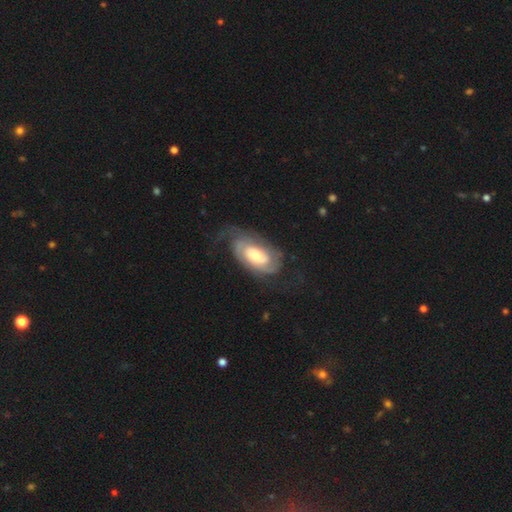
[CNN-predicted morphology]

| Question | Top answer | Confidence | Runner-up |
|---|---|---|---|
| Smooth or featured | featured or disk | 76% | smooth (18%) |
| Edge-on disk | no | 95% | yes (5%) |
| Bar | no | 64% | weak (28%) |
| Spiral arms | yes | 90% | no (10%) |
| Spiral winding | tight | 52% | medium (33%) |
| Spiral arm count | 2 | 49% | can't tell (30%) |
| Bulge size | moderate | 50% | large (23%) |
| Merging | none | 54% | major disturbance (23%) |